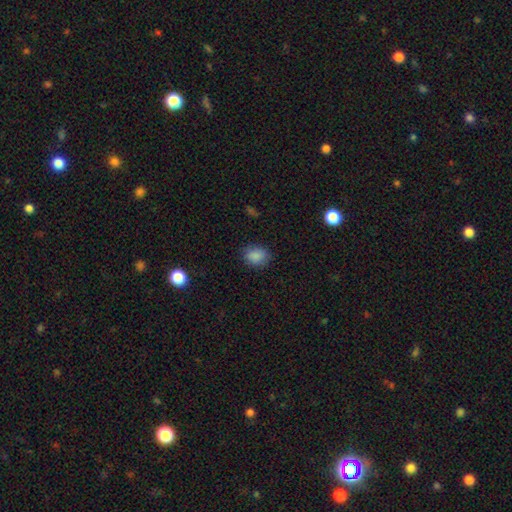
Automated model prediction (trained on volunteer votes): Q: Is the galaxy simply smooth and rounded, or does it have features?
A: smooth — 86%.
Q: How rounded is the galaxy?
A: in between — 57%.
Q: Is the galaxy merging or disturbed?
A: none — 82%.